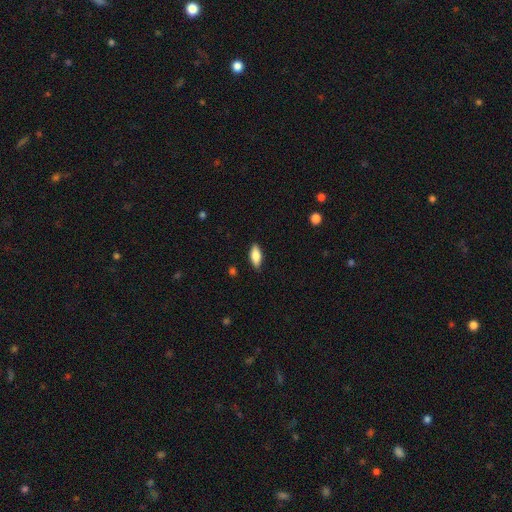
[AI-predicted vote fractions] A smooth galaxy with no disk features (79%) that is in between round and cigar-shaped (80%). Merging: none (86%).